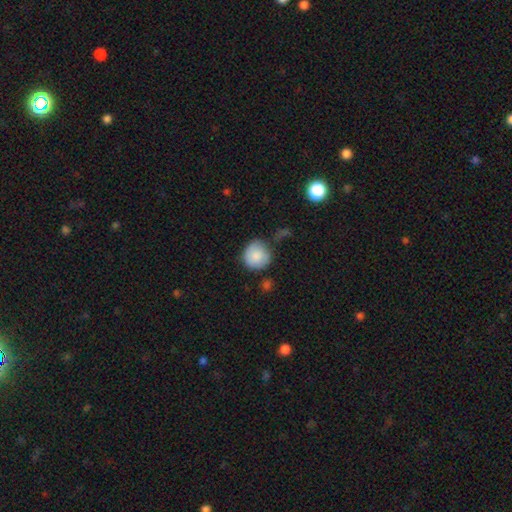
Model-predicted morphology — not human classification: smooth 83%, featured or disk 10%, star or artifact 7%. Down the decision tree: how rounded — round (89%); merging — none (60%).